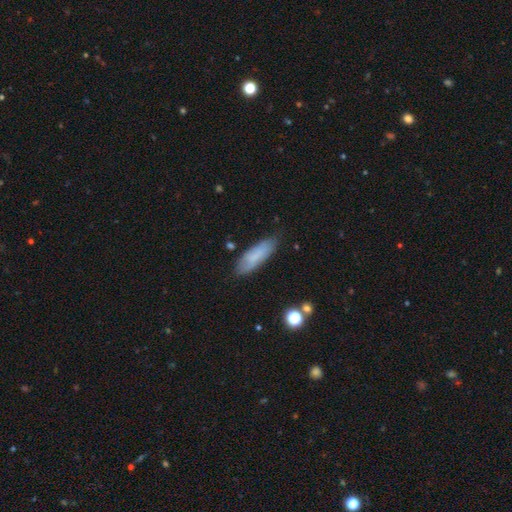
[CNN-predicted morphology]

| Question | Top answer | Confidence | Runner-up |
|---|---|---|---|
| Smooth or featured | smooth | 77% | featured or disk (16%) |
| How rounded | in between | 52% | cigar-shaped (46%) |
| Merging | none | 78% | minor disturbance (17%) |